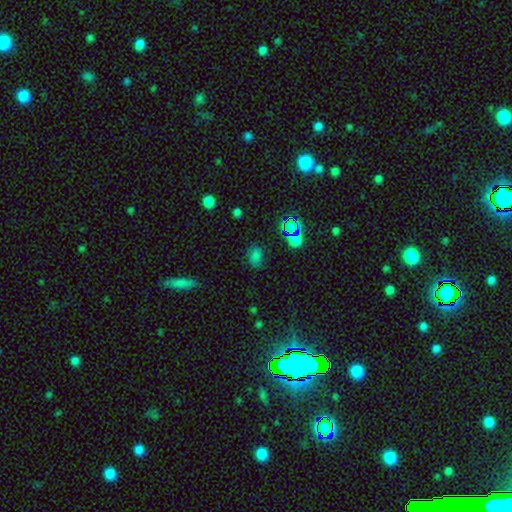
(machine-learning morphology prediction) smooth-or-featured: smooth: 65% | star or artifact: 28% | featured or disk: 7%
  how-rounded: in between: 70% | round: 28% | cigar-shaped: 2%
  merging: none: 74% | minor disturbance: 17% | major disturbance: 6% | merger: 3%